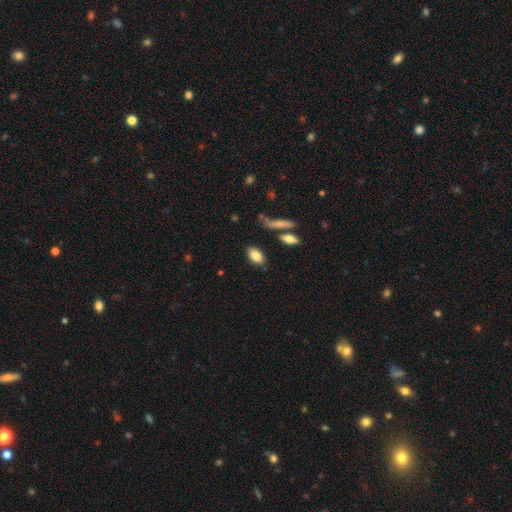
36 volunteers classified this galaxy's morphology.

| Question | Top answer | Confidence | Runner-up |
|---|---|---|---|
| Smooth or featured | smooth | 86% | featured or disk (8%) |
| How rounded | in between | 90% | cigar-shaped (10%) |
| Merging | none | 65% | minor disturbance (24%) |